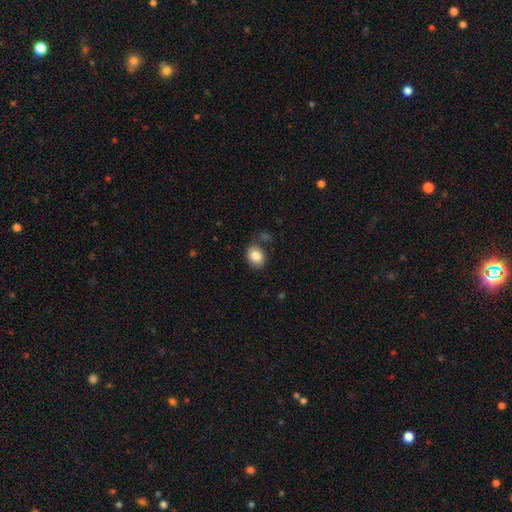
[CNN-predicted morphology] type=smooth (84%); roundness=in between (58%); merging=none (77%).